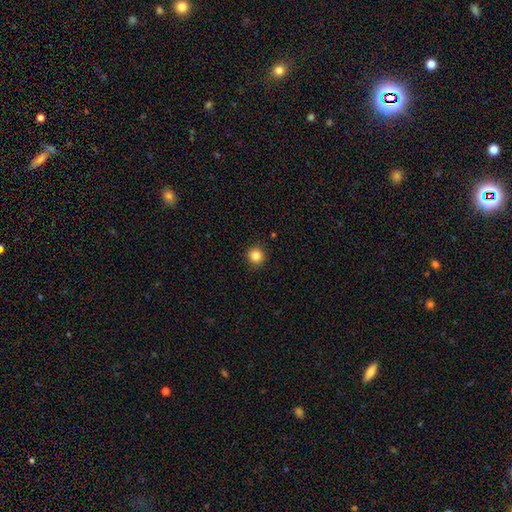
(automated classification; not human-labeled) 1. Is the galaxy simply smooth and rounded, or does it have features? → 85% smooth, 11% star or artifact, 4% featured or disk.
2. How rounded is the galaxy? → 95% round, 4% in between, 1% cigar-shaped.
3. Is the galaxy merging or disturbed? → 92% none, 5% minor disturbance, 2% major disturbance, 1% merger.